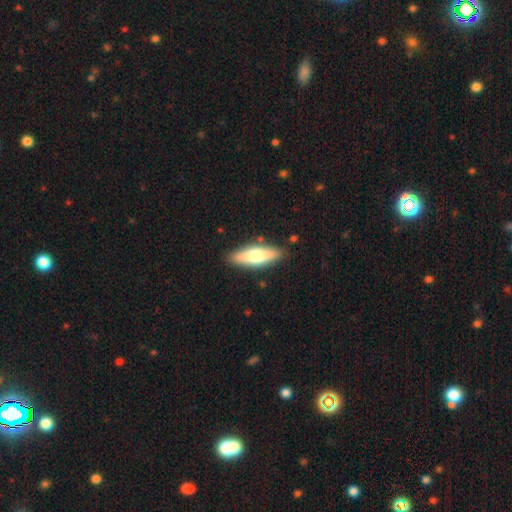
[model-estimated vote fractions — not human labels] Overall: smooth (64%; featured or disk 31%). How rounded: in between (49%, tied with cigar-shaped). Merging: none (86%).